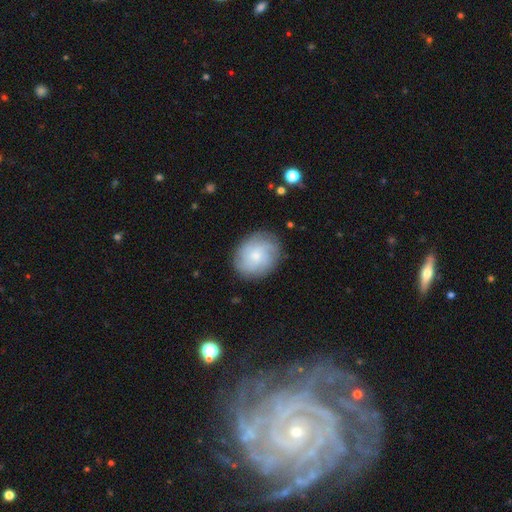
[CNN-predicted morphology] smooth-or-featured: featured or disk: 50% | smooth: 41% | star or artifact: 9%
  merging: none: 83% | minor disturbance: 12% | major disturbance: 4% | merger: 1%